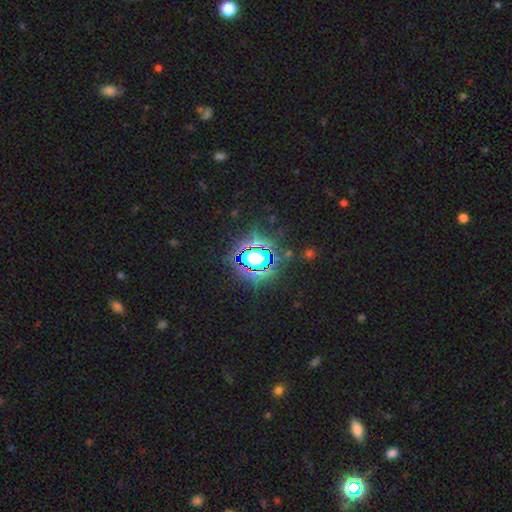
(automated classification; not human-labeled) Smooth or featured? star or artifact (74%)